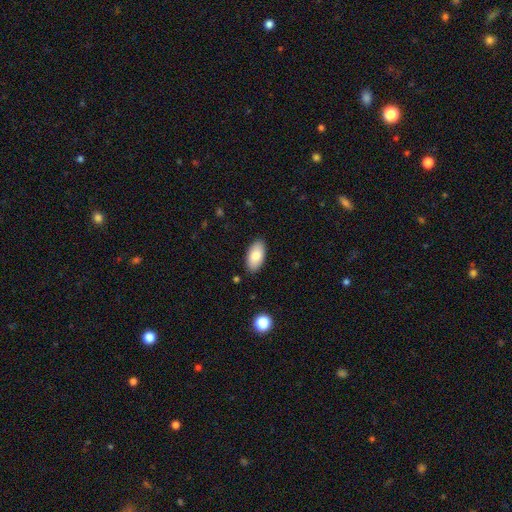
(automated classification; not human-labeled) Overall: smooth (83%). How rounded: in between (94%). Merging: none (88%).